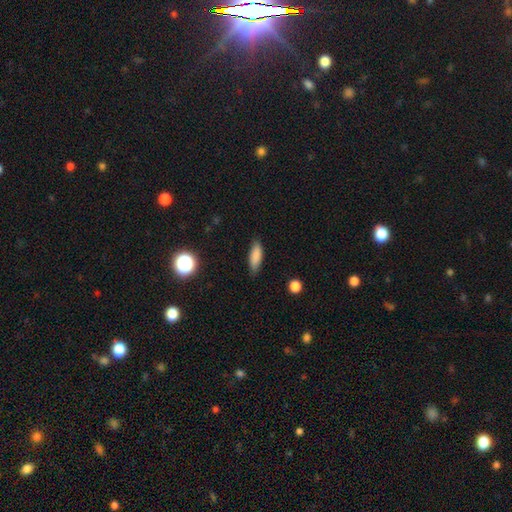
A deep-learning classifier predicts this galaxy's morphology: type=smooth (84%); roundness=in between (60%); merging=none (82%).